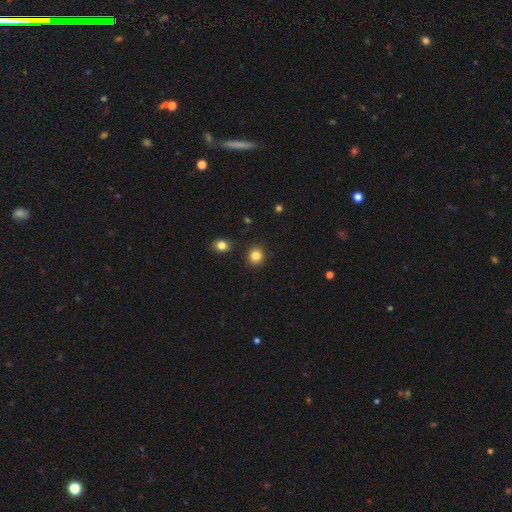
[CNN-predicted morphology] Overall: smooth (84%). How rounded: round (88%). Merging: none (89%).